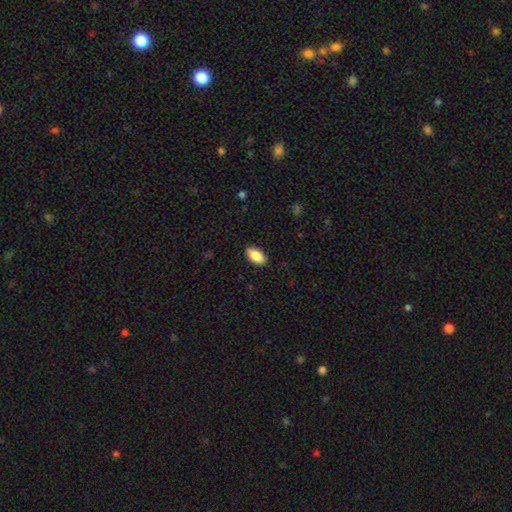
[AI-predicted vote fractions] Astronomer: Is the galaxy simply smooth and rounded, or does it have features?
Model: smooth — 86%.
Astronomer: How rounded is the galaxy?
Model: in between — 94%.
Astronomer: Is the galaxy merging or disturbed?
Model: none — 88%.